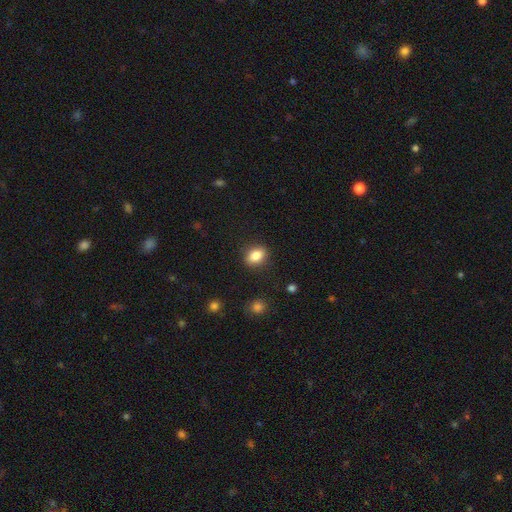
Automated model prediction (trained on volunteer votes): Smooth or featured? smooth (84%)
How rounded? in between (73%)
Merging? none (86%)